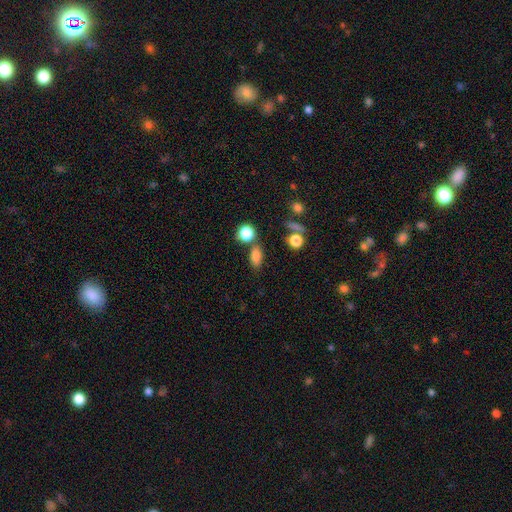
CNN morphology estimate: type=smooth (80%); roundness=in between (73%); merging=none (68%).